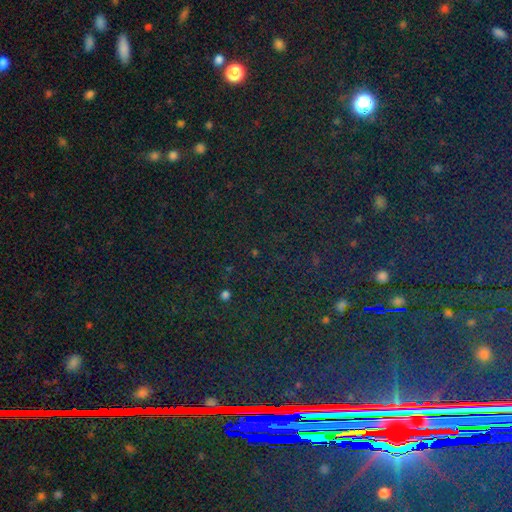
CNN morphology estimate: This appears to be a star or artifact, not a galaxy (86%).